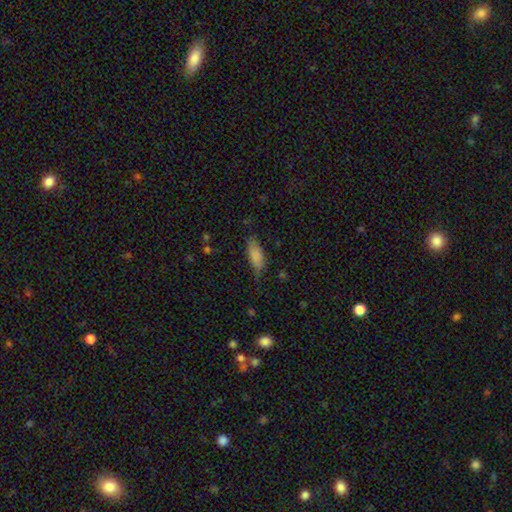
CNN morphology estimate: The model was most divided on "merging": none: 62%, minor disturbance: 29%, major disturbance: 8%, merger: 2%. More confident: smooth or featured — smooth (82%); how rounded — in between (78%).